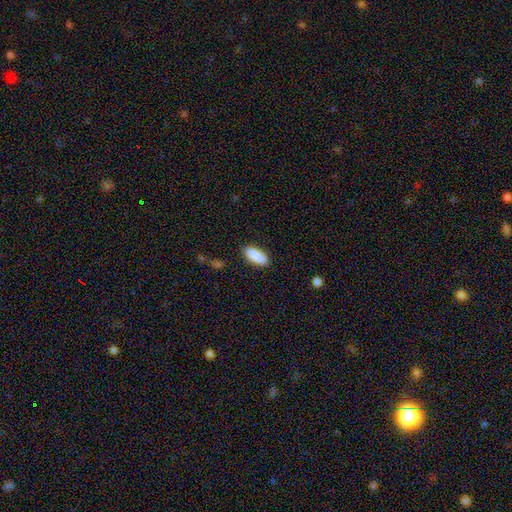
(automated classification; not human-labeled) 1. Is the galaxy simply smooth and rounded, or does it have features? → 90% smooth, 6% star or artifact, 4% featured or disk.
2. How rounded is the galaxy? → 86% in between, 12% cigar-shaped, 2% round.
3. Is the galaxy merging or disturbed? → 88% none, 8% minor disturbance, 2% major disturbance, 1% merger.